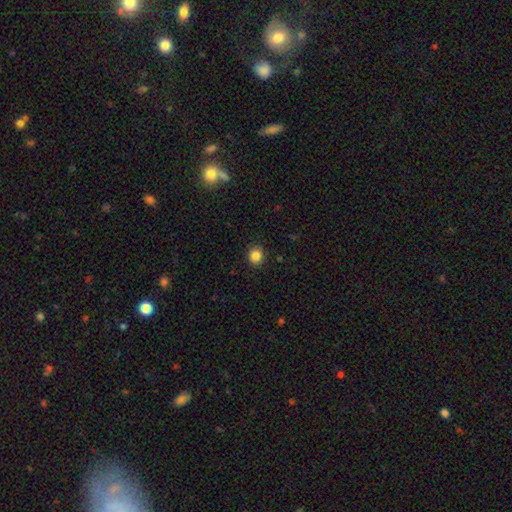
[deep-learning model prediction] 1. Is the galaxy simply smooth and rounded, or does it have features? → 85% smooth, 11% star or artifact, 4% featured or disk.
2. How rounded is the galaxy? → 85% round, 14% in between, 1% cigar-shaped.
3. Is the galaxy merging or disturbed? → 91% none, 6% minor disturbance, 2% major disturbance, 1% merger.